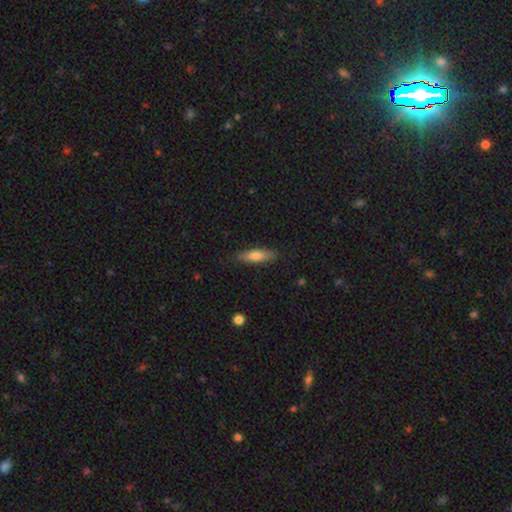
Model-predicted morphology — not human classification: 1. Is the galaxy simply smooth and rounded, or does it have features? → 75% smooth, 19% featured or disk, 6% star or artifact.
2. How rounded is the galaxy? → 51% cigar-shaped, 47% in between, 2% round.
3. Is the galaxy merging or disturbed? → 84% none, 12% minor disturbance, 2% major disturbance, 1% merger.